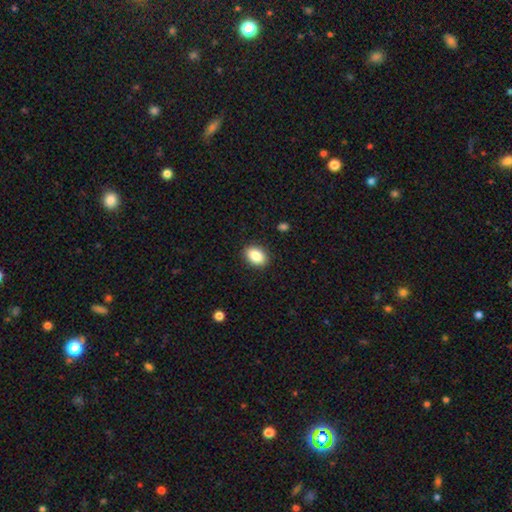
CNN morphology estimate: type=smooth (86%); roundness=in between (82%); merging=none (90%).